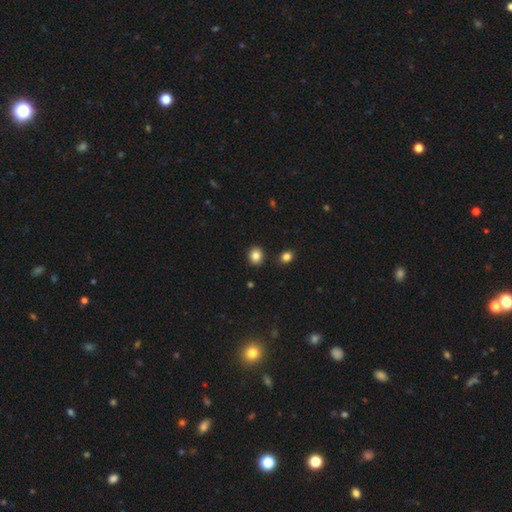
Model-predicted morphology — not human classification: This appears to be a smooth galaxy with no disk features (85%) that is round (74%). Merging: none (89%).